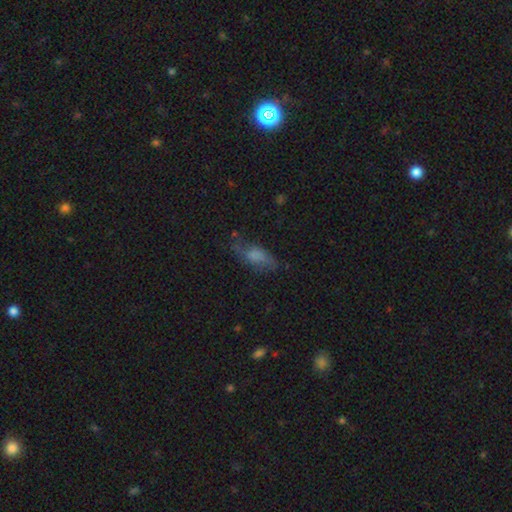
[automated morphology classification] Smooth or featured?
  - smooth: 62% *
  - featured or disk: 27%
  - star or artifact: 11%
How rounded?
  - in between: 76% *
  - cigar-shaped: 20%
  - round: 4%
Merging?
  - none: 54% *
  - minor disturbance: 28%
  - major disturbance: 15%
  - merger: 3%